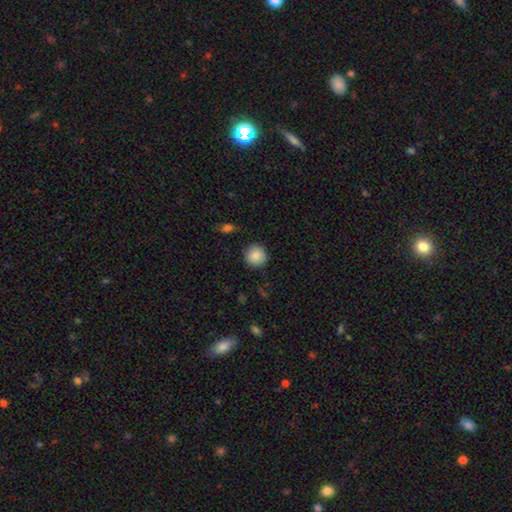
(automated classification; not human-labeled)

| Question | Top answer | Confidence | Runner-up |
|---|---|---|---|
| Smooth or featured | smooth | 87% | star or artifact (8%) |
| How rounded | round | 94% | in between (5%) |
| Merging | none | 90% | minor disturbance (7%) |